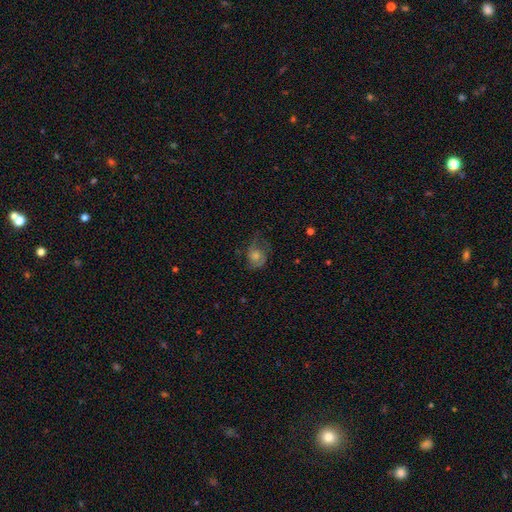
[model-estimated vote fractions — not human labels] The model was most divided on "smooth or featured": featured or disk: 51%, smooth: 35%, star or artifact: 14%. More confident: edge-on disk — no (96%); merging — none (55%).